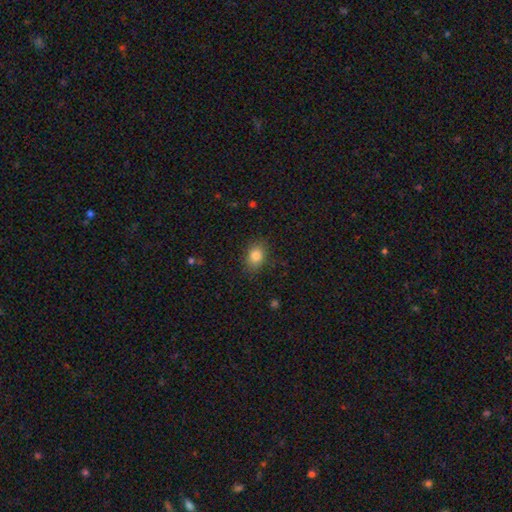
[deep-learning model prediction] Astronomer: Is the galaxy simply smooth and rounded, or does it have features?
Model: smooth — 83%.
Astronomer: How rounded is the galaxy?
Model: in between — 71%.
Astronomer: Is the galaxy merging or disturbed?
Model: none — 85%.